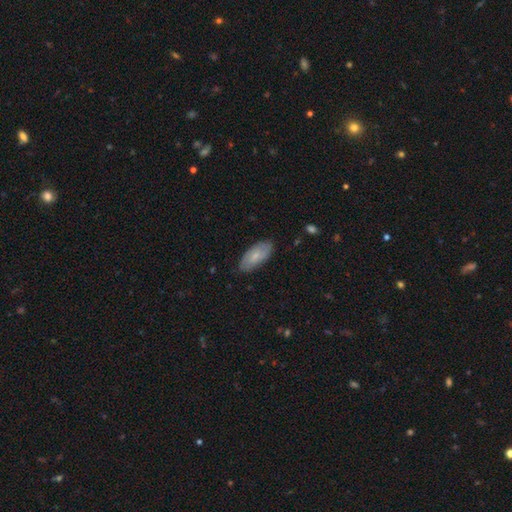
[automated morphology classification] smooth-or-featured: smooth: 72% | featured or disk: 23% | star or artifact: 6%
  how-rounded: in between: 90% | cigar-shaped: 8% | round: 2%
  merging: none: 82% | minor disturbance: 15% | major disturbance: 2% | merger: 1%